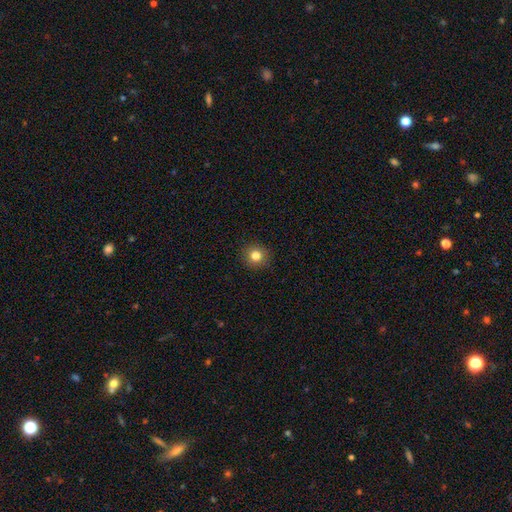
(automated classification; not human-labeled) This is clearly a smooth galaxy (81%). How rounded: clearly round (91%). Merging: clearly none (91%).